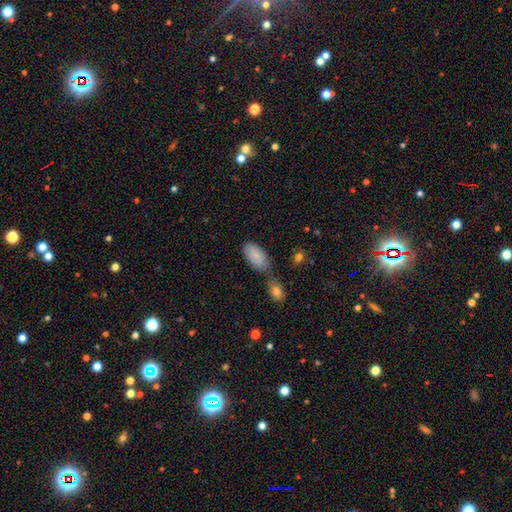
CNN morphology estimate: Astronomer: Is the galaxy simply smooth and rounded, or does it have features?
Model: smooth — 87%.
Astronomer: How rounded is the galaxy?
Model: in between — 94%.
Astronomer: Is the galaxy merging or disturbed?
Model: none — 57%.